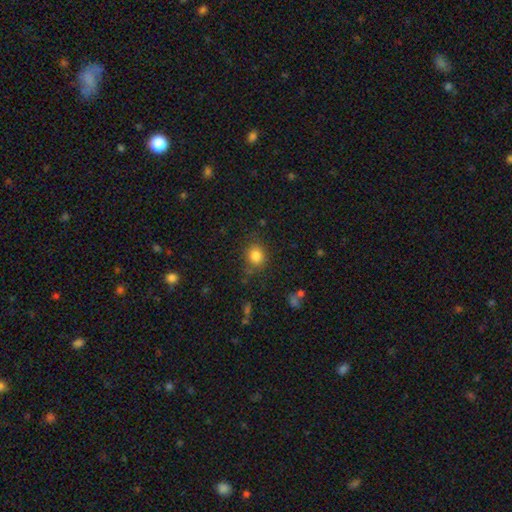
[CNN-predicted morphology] This appears to be a smooth galaxy with no disk features (83%) that is round (74%). Merging: none (78%).